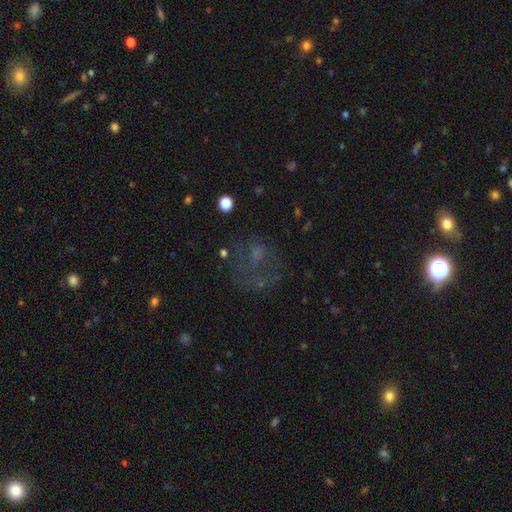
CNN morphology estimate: Smooth or featured? smooth (37%)
Merging? none (44%)